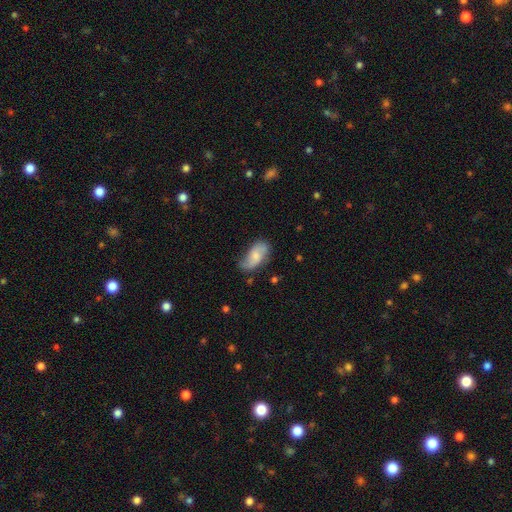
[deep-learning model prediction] This is possibly a smooth galaxy (47%). Merging: possibly none (58%).